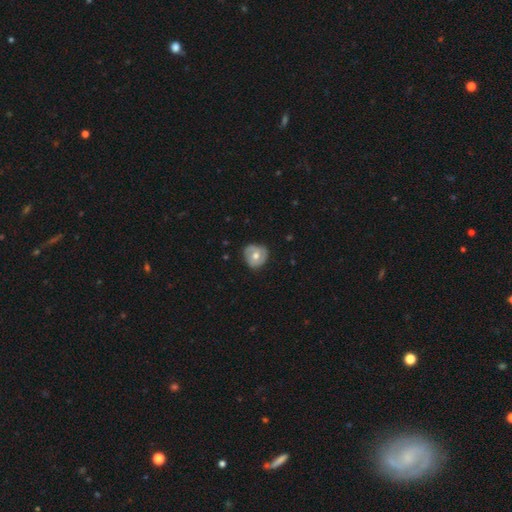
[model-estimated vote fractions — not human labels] This appears to be a smooth galaxy with no disk features (54%) that is round (85%). Merging: none (72%).